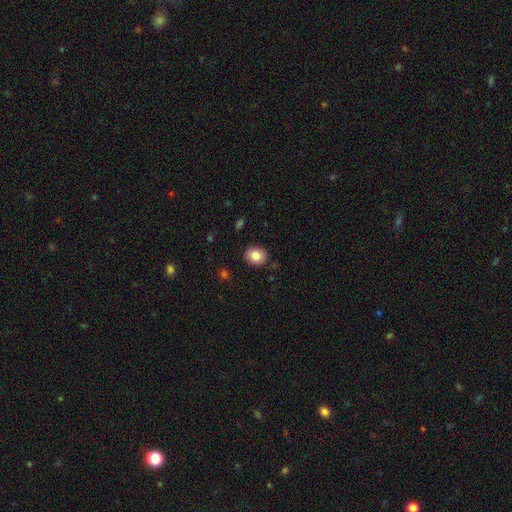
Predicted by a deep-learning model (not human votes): smooth 84%, star or artifact 9%, featured or disk 7%. Down the decision tree: how rounded — round (66%); merging — none (89%).